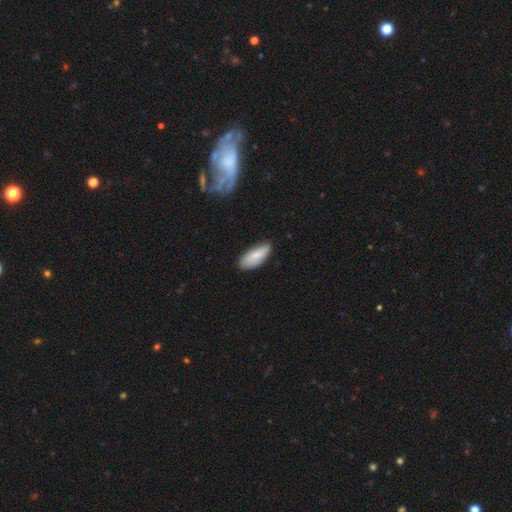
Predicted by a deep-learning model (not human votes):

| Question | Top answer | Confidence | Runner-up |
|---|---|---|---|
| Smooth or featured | smooth | 77% | featured or disk (17%) |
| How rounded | in between | 79% | cigar-shaped (20%) |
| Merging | none | 76% | minor disturbance (19%) |